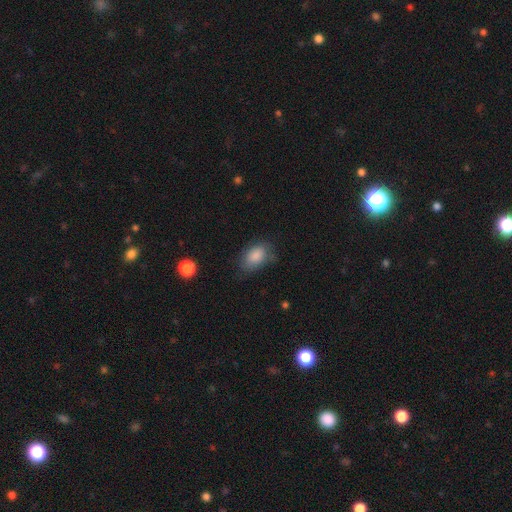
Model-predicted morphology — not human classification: Overall: smooth (85%). How rounded: in between (89%). Merging: none (67%).